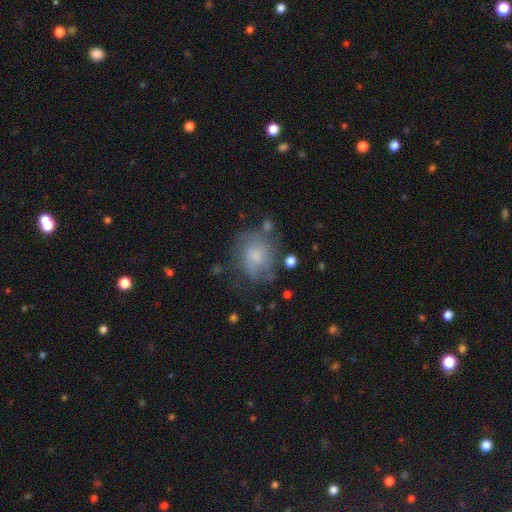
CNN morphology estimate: smooth-or-featured: smooth: 48% | featured or disk: 42% | star or artifact: 10%
  merging: none: 56% | minor disturbance: 25% | major disturbance: 15% | merger: 4%